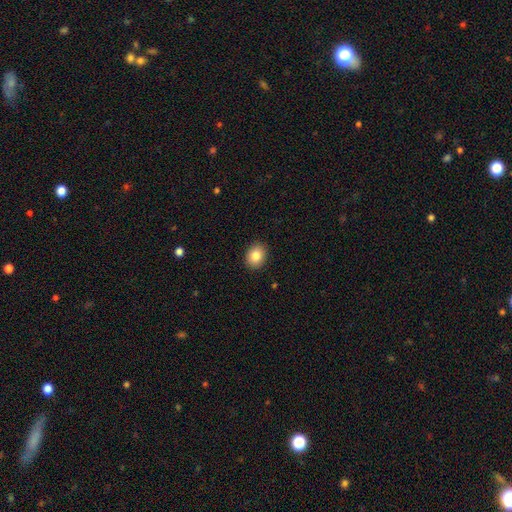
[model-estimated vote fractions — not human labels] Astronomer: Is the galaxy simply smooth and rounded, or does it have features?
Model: smooth — 85%.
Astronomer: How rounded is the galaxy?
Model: in between — 55% (runner-up: round, 44%).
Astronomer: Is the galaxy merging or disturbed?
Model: none — 90%.